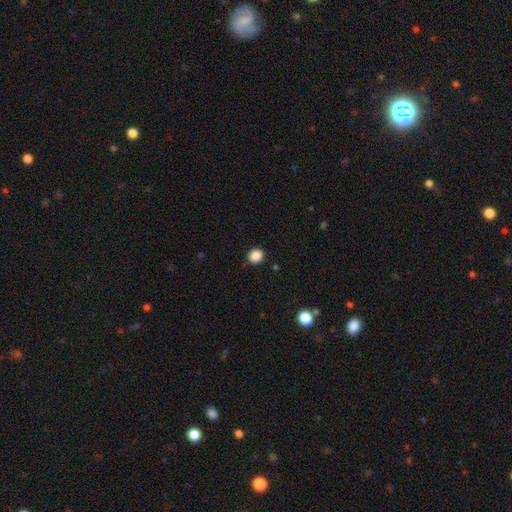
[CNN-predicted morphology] The model was most divided on "how rounded": round: 85%, in between: 14%, cigar-shaped: 1%. More confident: merging — none (89%); smooth or featured — smooth (87%).